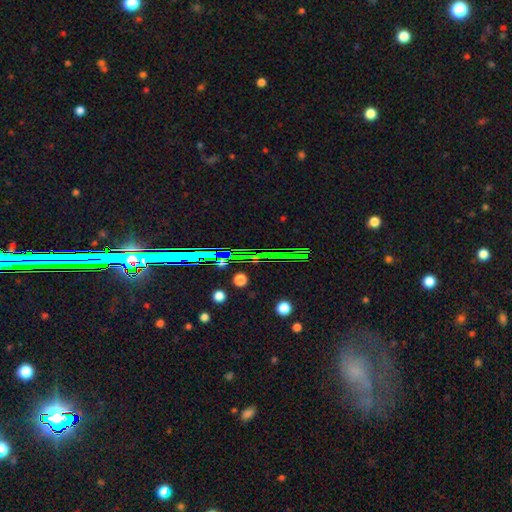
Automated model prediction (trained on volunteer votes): A star or artifact, not a galaxy (69%).